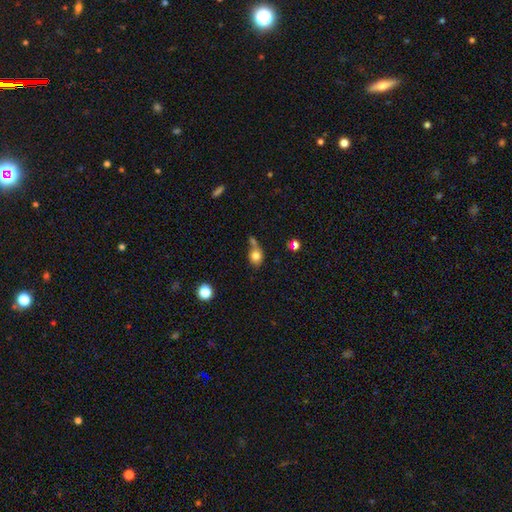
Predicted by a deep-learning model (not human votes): Overall: smooth (80%). How rounded: round (60%; in between 39%). Merging: none (47%; merger 30%).